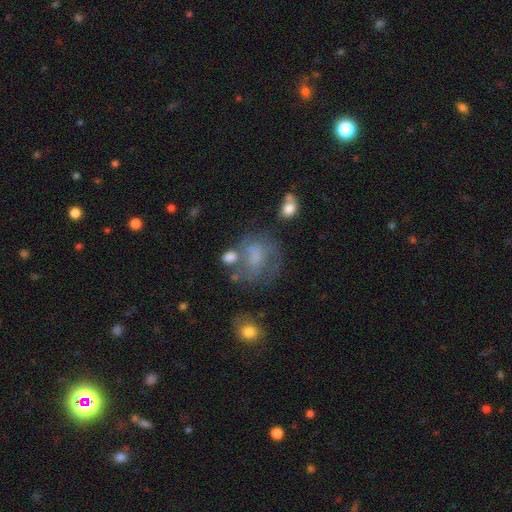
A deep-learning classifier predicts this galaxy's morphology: smooth-or-featured: featured or disk: 48% | smooth: 38% | star or artifact: 15%
  merging: none: 45% | major disturbance: 23% | minor disturbance: 21% | merger: 11%